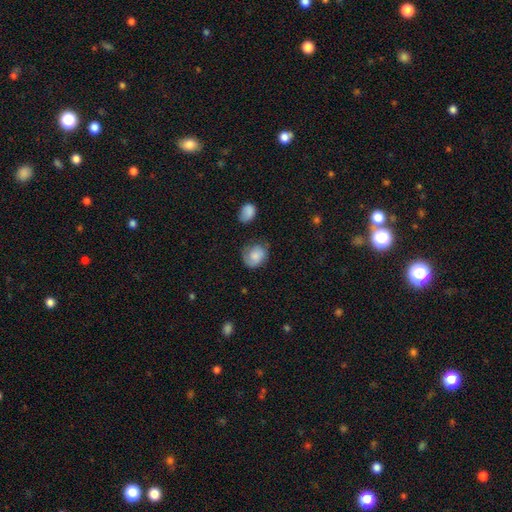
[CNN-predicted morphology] smooth 68%, featured or disk 24%, star or artifact 8%. Down the decision tree: how rounded — round (59%); merging — none (53%).